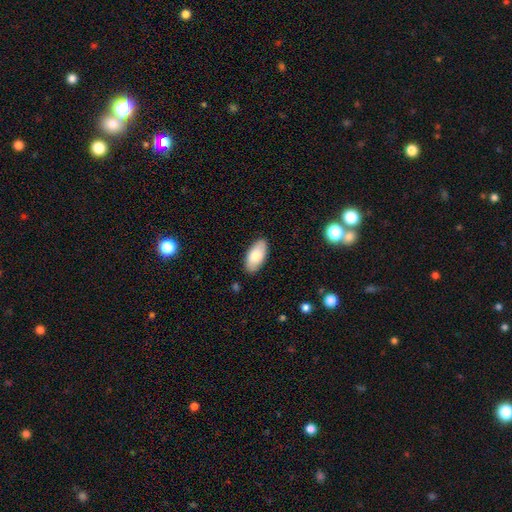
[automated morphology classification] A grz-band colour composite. It shows a smooth galaxy with no disk features (78%) that is in between round and cigar-shaped (94%). Merging: none (87%).